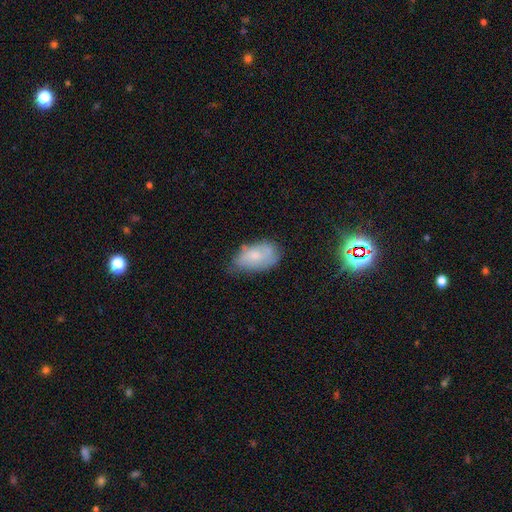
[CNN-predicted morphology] Smooth or featured? Predicted: smooth (p=0.62). How rounded? Predicted: in between (p=0.93). Merging? Predicted: none (p=0.52).